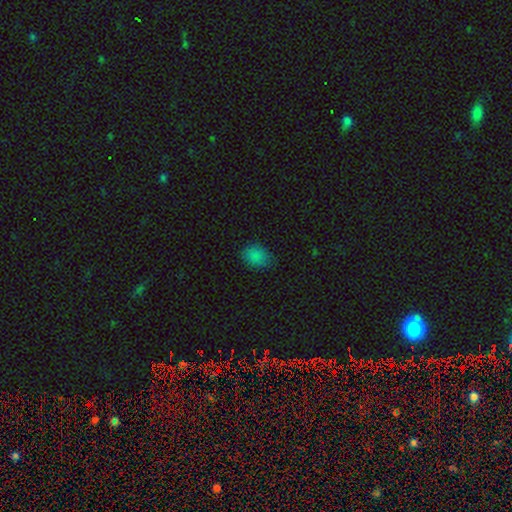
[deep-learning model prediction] The model was most divided on "how rounded": in between: 63%, round: 35%, cigar-shaped: 1%. More confident: smooth or featured — smooth (82%); merging — none (75%).